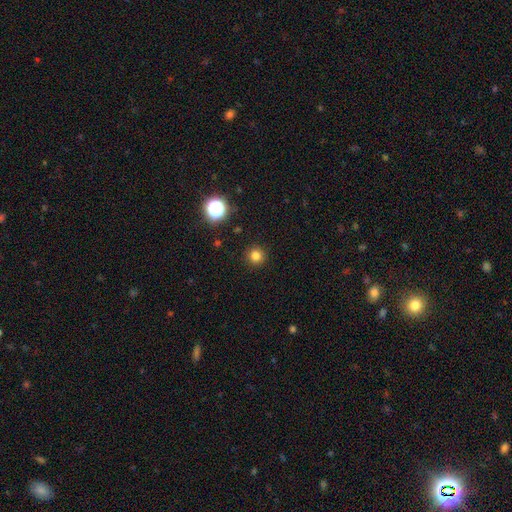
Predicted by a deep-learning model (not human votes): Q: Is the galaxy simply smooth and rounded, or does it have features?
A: smooth — 80%.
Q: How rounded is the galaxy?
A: round — 95%.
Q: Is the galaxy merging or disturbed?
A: none — 92%.